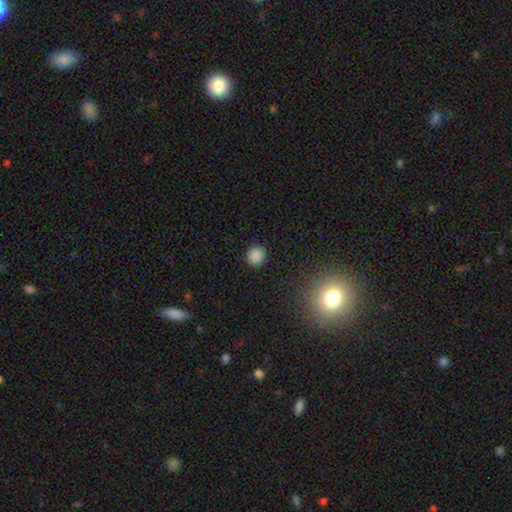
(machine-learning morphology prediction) Smooth or featured?
  - smooth: 85% *
  - star or artifact: 12%
  - featured or disk: 3%
How rounded?
  - round: 92% *
  - in between: 7%
  - cigar-shaped: 1%
Merging?
  - none: 91% *
  - minor disturbance: 6%
  - major disturbance: 2%
  - merger: 1%